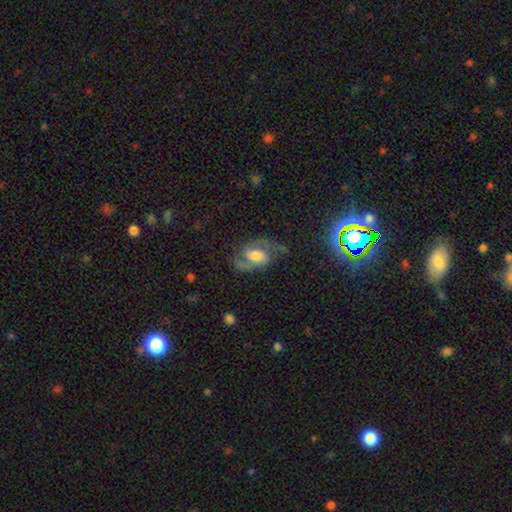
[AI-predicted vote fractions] Smooth or featured? Predicted: featured or disk (p=0.79). Edge-on disk? Predicted: no (p=0.96). Bar? Predicted: weak (p=0.46). Spiral arms? Predicted: yes (p=0.94). Spiral winding? Predicted: medium (p=0.53). Spiral arm count? Predicted: 2 (p=0.89). Bulge size? Predicted: moderate (p=0.56). Merging? Predicted: none (p=0.64).